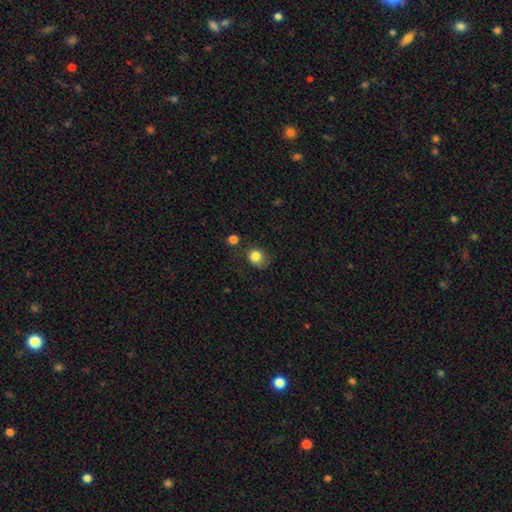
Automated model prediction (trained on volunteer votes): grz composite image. It shows a smooth galaxy with no disk features (83%) that is round (66%). Merging: none (58%).